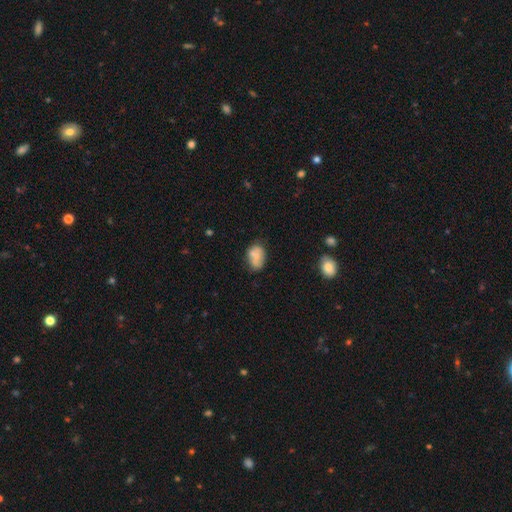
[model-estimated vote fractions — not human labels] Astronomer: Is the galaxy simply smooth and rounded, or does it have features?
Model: smooth — 68%.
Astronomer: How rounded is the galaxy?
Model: in between — 84%.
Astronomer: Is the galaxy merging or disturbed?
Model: none — 49% (runner-up: minor disturbance, 26%).